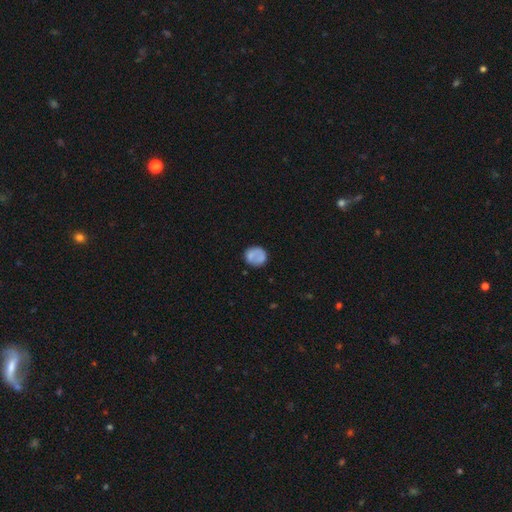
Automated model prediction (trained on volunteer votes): smooth_or_featured: smooth (p=0.72) [alt: featured or disk p=0.19]
how_rounded: round (p=0.85) [alt: in between p=0.14]
merging: none (p=0.68) [alt: minor disturbance p=0.18]